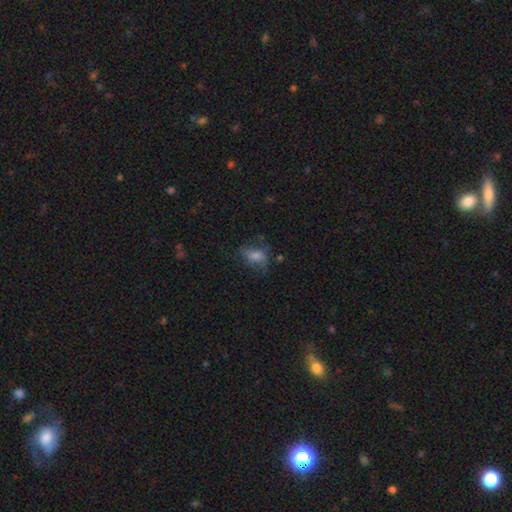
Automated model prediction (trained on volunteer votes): Smooth or featured?
  - smooth: 55% *
  - featured or disk: 29%
  - star or artifact: 16%
How rounded?
  - in between: 77% *
  - round: 16%
  - cigar-shaped: 7%
Merging?
  - none: 52% *
  - minor disturbance: 25%
  - major disturbance: 21%
  - merger: 2%